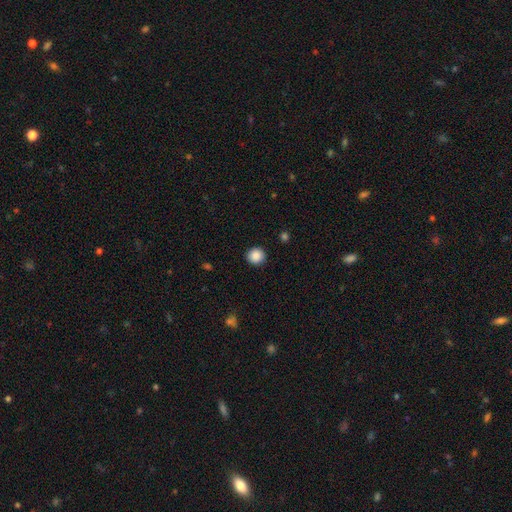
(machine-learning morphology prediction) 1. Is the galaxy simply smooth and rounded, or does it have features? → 88% smooth, 9% star or artifact, 3% featured or disk.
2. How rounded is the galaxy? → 92% round, 7% in between, 1% cigar-shaped.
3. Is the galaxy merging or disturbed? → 91% none, 6% minor disturbance, 2% major disturbance, 1% merger.